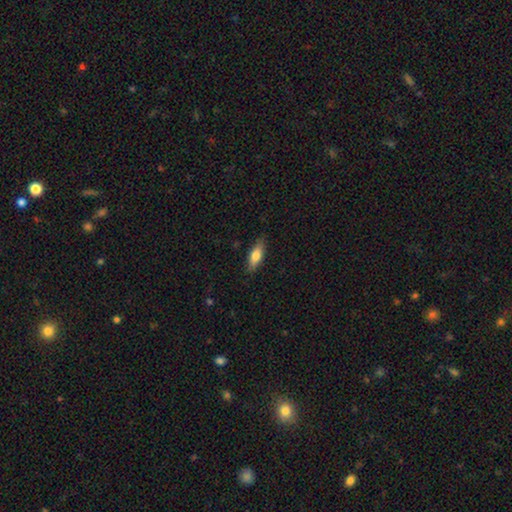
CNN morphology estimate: Smooth or featured? Predicted: smooth (p=0.73). How rounded? Predicted: in between (p=0.62). Merging? Predicted: none (p=0.84).